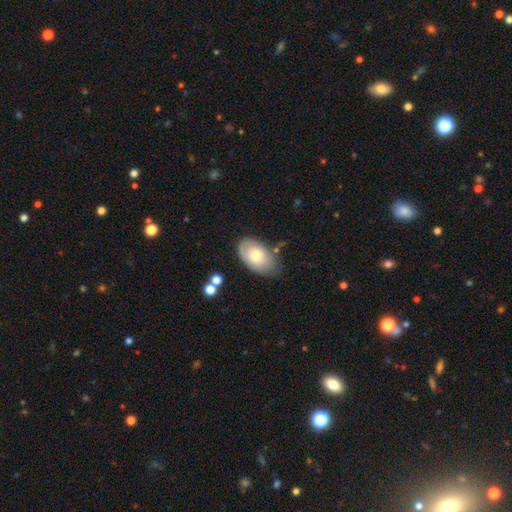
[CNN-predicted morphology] smooth 69%, featured or disk 25%, star or artifact 7%. Down the decision tree: how rounded — in between (92%); merging — none (69%).